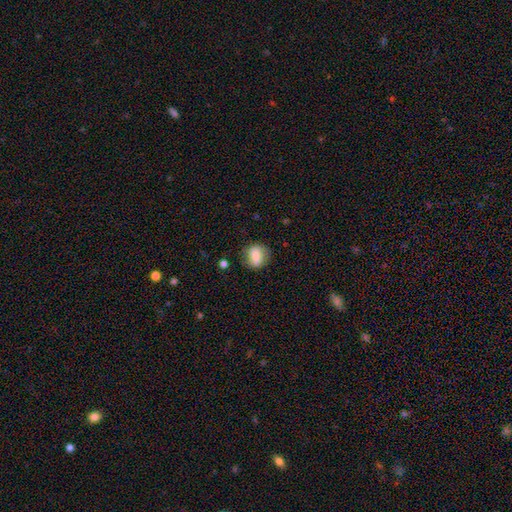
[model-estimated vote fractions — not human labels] Smooth or featured?
  - smooth: 76% *
  - featured or disk: 16%
  - star or artifact: 8%
How rounded?
  - round: 50% *
  - in between: 47%
  - cigar-shaped: 3%
Merging?
  - none: 72% *
  - minor disturbance: 20%
  - major disturbance: 6%
  - merger: 2%